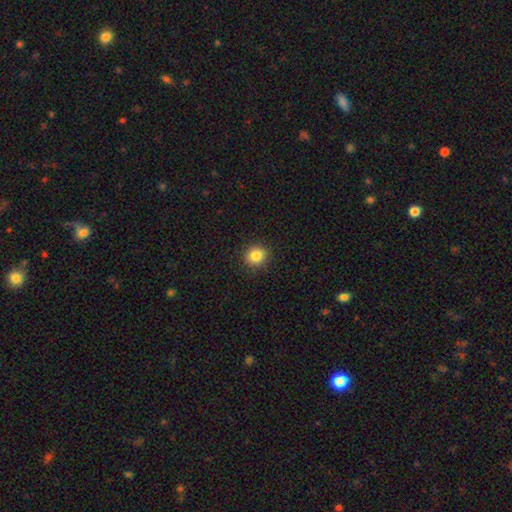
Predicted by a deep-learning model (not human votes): This is clearly a smooth galaxy (85%). How rounded: clearly round (86%). Merging: clearly none (91%).